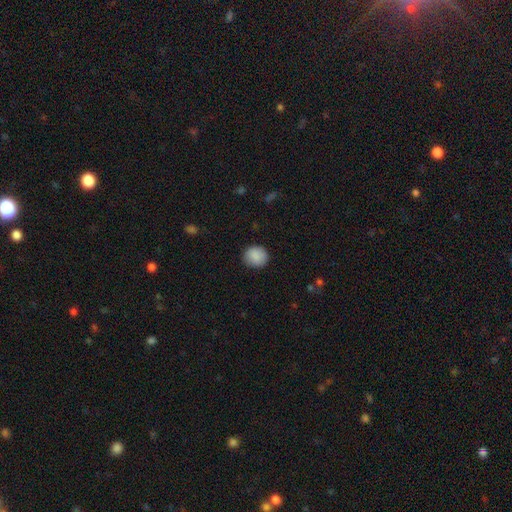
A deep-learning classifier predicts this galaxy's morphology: Smooth or featured?
  - smooth: 89% *
  - star or artifact: 7%
  - featured or disk: 4%
How rounded?
  - round: 86% *
  - in between: 13%
  - cigar-shaped: 1%
Merging?
  - none: 88% *
  - minor disturbance: 9%
  - major disturbance: 2%
  - merger: 1%